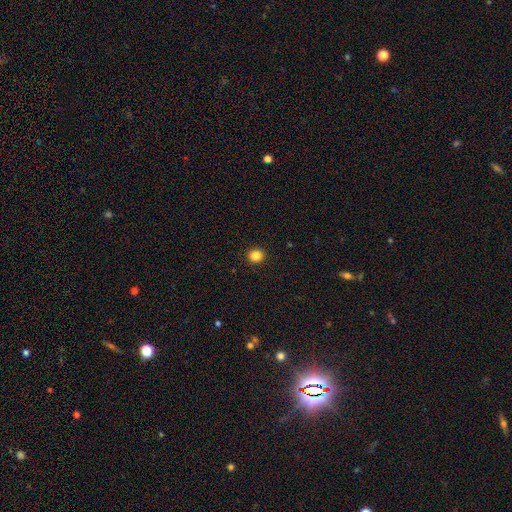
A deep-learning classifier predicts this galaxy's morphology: Smooth or featured? smooth (85%)
How rounded? round (86%)
Merging? none (93%)